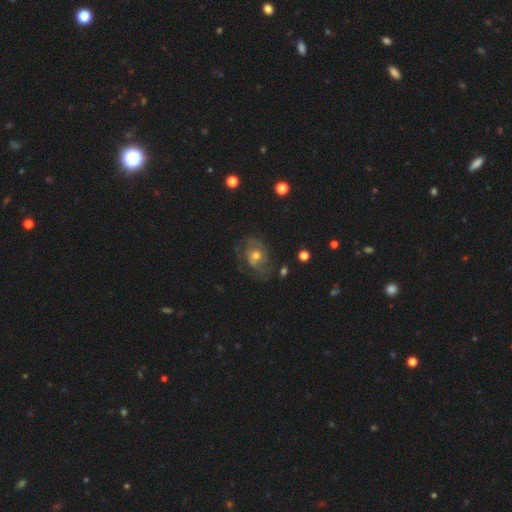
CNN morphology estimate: Smooth or featured: featured or disk — 61% (smooth — 26%)
Edge-on disk: no — 95% (yes — 5%)
Bar: no — 68% (weak — 26%)
Spiral arms: yes — 69% (no — 31%)
Bulge size: moderate — 63% (small — 29%)
Merging: none — 59% (minor disturbance — 22%)